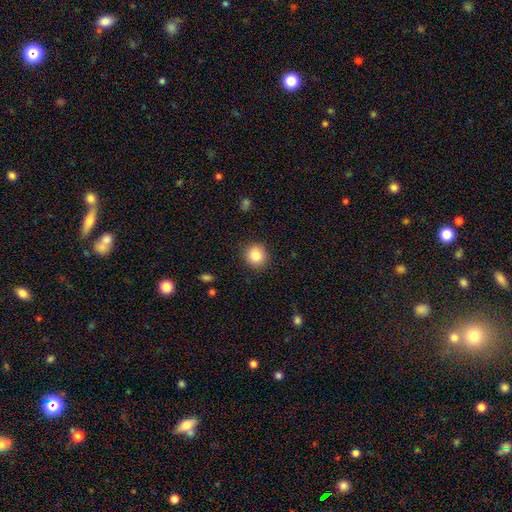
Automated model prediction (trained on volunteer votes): smooth-or-featured: smooth: 84% | star or artifact: 10% | featured or disk: 7%
  how-rounded: round: 90% | in between: 9% | cigar-shaped: 1%
  merging: none: 90% | minor disturbance: 7% | major disturbance: 2% | merger: 1%